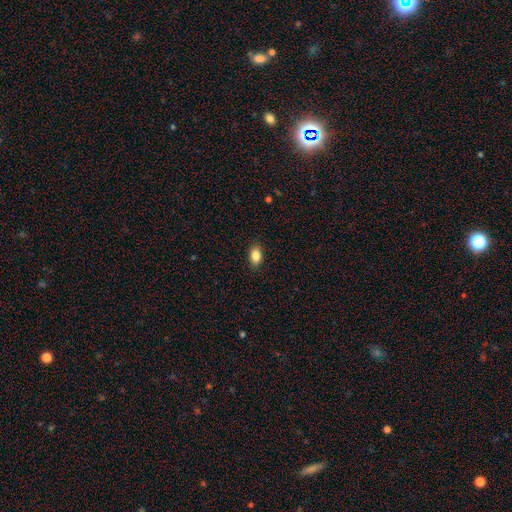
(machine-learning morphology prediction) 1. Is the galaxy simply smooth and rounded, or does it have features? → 87% smooth, 8% star or artifact, 5% featured or disk.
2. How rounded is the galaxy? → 86% in between, 12% round, 2% cigar-shaped.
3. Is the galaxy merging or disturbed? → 88% none, 9% minor disturbance, 2% major disturbance, 1% merger.